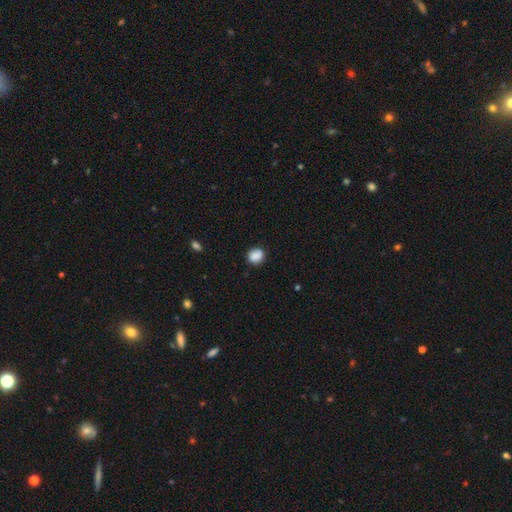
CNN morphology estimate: The model was most divided on "how rounded": round: 76%, in between: 23%, cigar-shaped: 1%. More confident: smooth or featured — smooth (85%); merging — none (79%).